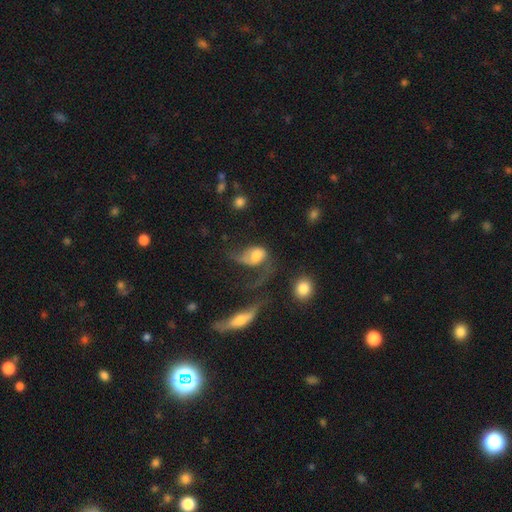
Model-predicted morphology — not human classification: Smooth or featured? featured or disk (49%)
Merging? major disturbance (51%)